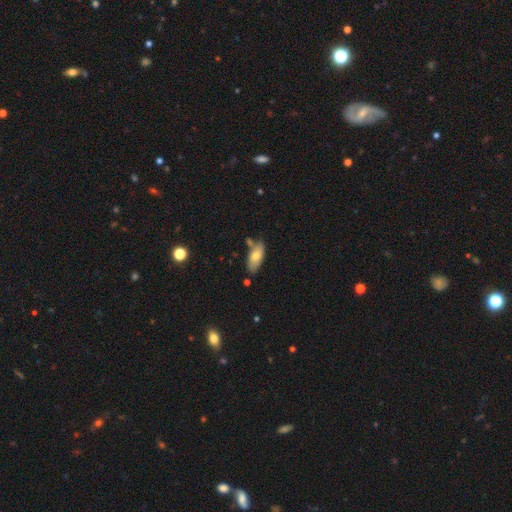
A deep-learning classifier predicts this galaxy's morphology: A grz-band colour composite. It shows a smooth galaxy with no disk features (71%) that is in between round and cigar-shaped (84%). Merging: none (67%).